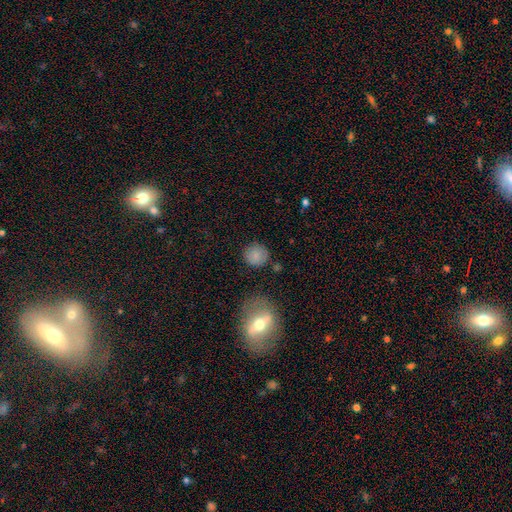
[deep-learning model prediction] Q: Smooth or featured?
A: smooth (82%); runner-up: star or artifact (10%)
Q: How rounded?
A: round (89%); runner-up: in between (10%)
Q: Merging?
A: none (82%); runner-up: minor disturbance (11%)